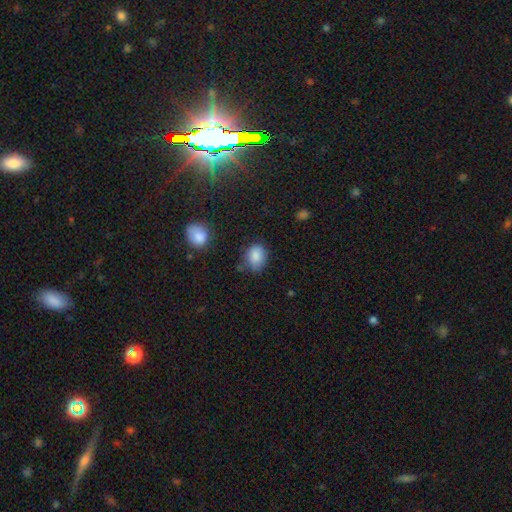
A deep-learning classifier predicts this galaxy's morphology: The model was most divided on "how rounded": in between: 59%, round: 40%, cigar-shaped: 1%. More confident: smooth or featured — smooth (86%); merging — none (66%).